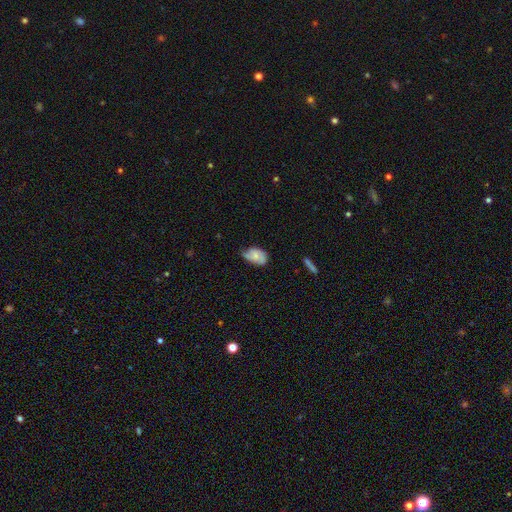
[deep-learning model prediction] A smooth galaxy with no disk features (63%) that is in between round and cigar-shaped (86%). Merging: minor disturbance (47%).